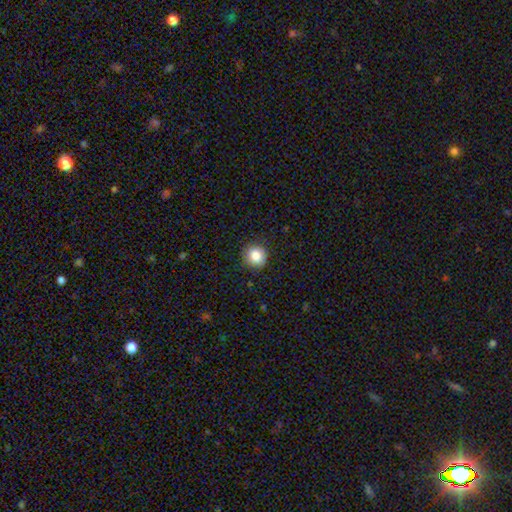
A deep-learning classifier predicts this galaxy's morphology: type=smooth (84%); roundness=round (92%); merging=none (89%).